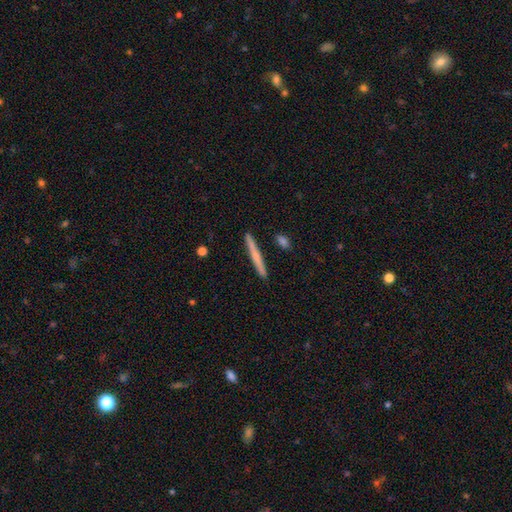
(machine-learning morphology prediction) Overall: smooth (53%; featured or disk 41%). How rounded: cigar-shaped (96%). Merging: none (91%).